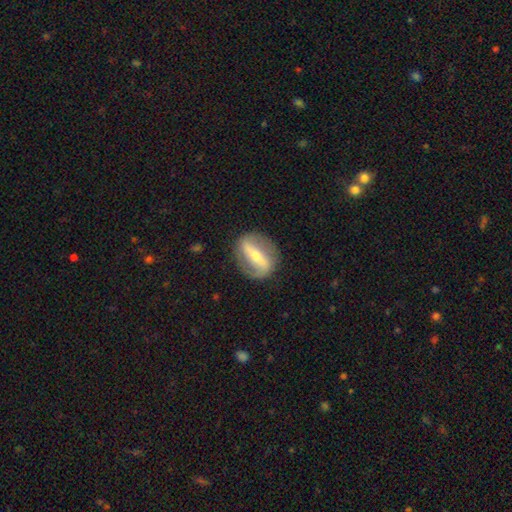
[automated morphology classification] smooth-or-featured: featured or disk: 78% | smooth: 17% | star or artifact: 5%
  disk-edge-on: no: 85% | yes: 15%
    bar: strong: 78% | weak: 14% | no: 8%
    has-spiral-arms: yes: 61% | no: 39%
    bulge-size: small: 49% | moderate: 46% | large: 3% | none: 1% | dominant: 1%
  merging: none: 84% | minor disturbance: 10% | major disturbance: 4% | merger: 1%